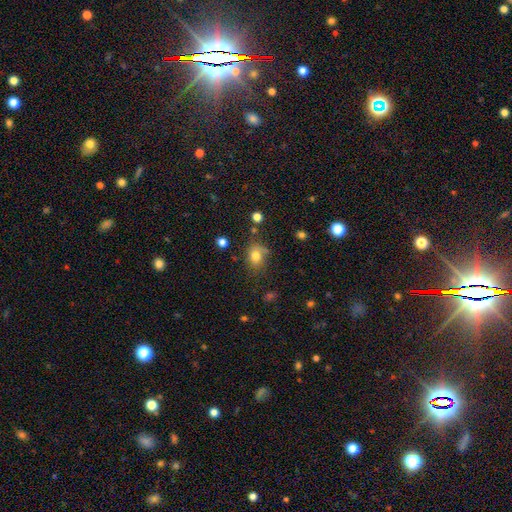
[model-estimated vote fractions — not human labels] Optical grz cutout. It shows a smooth galaxy with no disk features (76%) that is in between round and cigar-shaped (55%). Merging: none (62%).